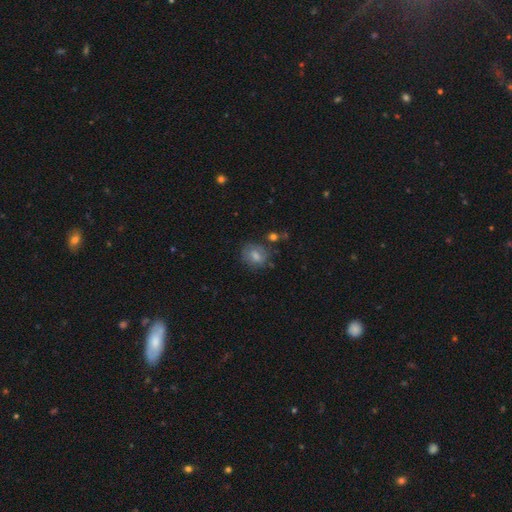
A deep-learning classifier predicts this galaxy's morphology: A smooth galaxy with no disk features (69%) that is round (57%).

Vote fractions:
- Smooth or featured? smooth: 69% / featured or disk: 21% / star or artifact: 10%
- How rounded? round: 57% / in between: 42% / cigar-shaped: 1%
- Merging? none: 65% / minor disturbance: 22% / major disturbance: 8% / merger: 5%